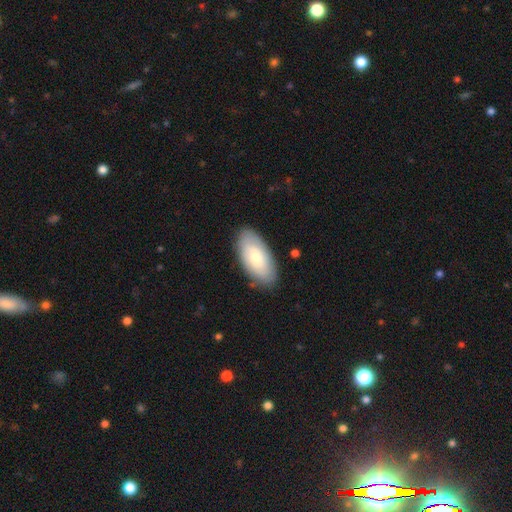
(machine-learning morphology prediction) This appears to be a smooth galaxy with no disk features (64%) that is in between round and cigar-shaped (92%). Merging: none (85%).